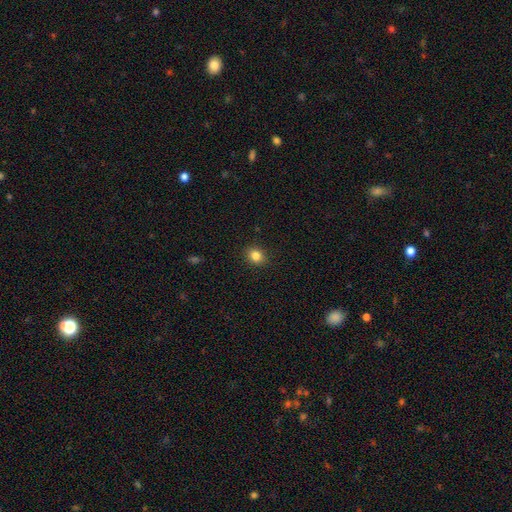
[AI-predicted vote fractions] Morphology: type=smooth (85%); roundness=round (66%); merging=none (89%).